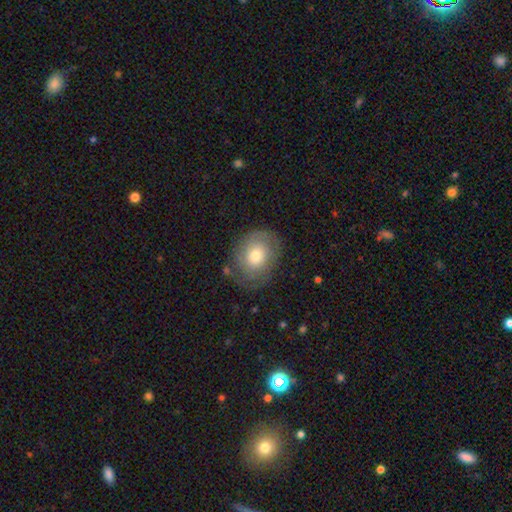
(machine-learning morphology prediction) type=smooth (49%); merging=none (73%).